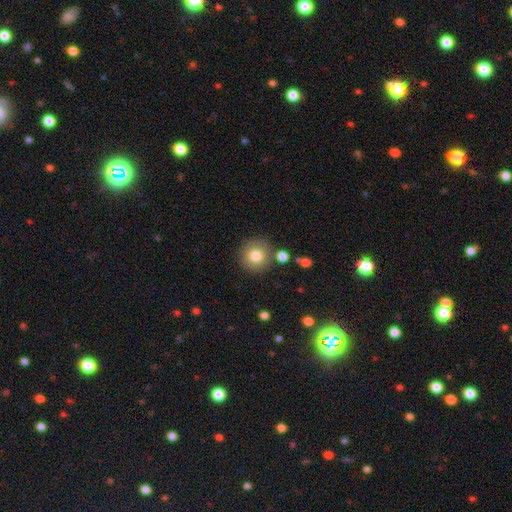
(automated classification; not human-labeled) This is likely a smooth galaxy (79%). How rounded: clearly round (94%). Merging: clearly none (84%).